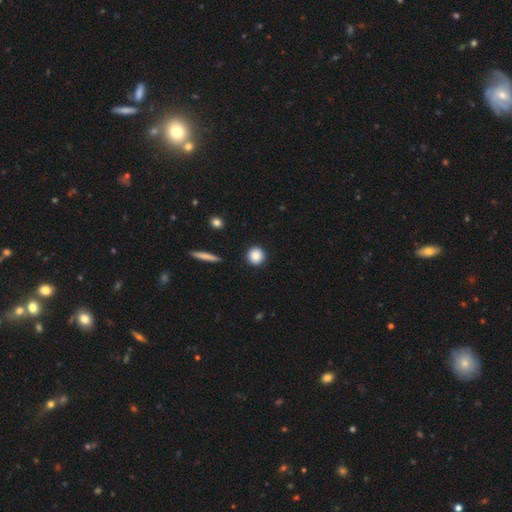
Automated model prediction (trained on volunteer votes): smooth-or-featured: smooth: 87% | star or artifact: 8% | featured or disk: 5%
  how-rounded: round: 93% | in between: 6% | cigar-shaped: 1%
  merging: none: 92% | minor disturbance: 5% | major disturbance: 2% | merger: 1%